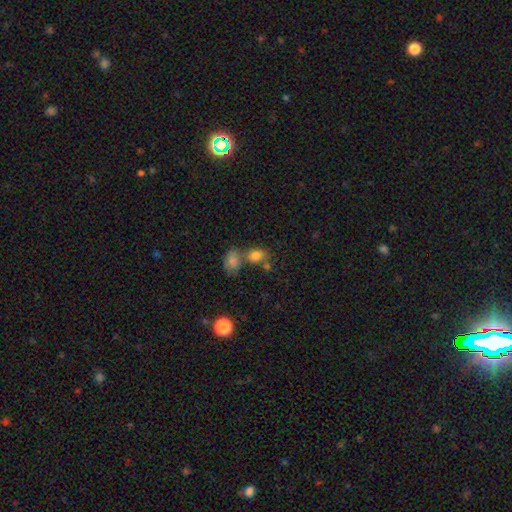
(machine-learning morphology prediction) smooth_or_featured: smooth (p=0.80) [alt: star or artifact p=0.12]
how_rounded: in between (p=0.69) [alt: round p=0.29]
merging: none (p=0.45) [alt: merger p=0.37]